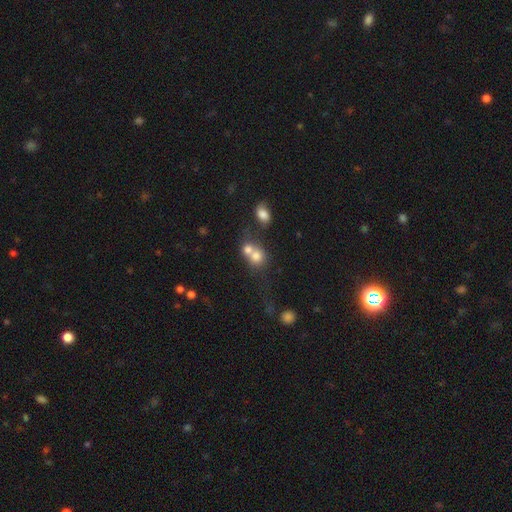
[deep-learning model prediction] Smooth or featured? smooth (74%)
How rounded? round (75%)
Merging? merger (61%)